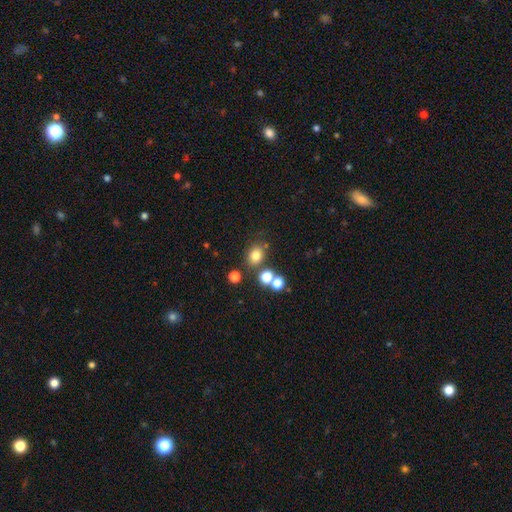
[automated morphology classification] Smooth or featured? smooth (76%)
How rounded? round (59%)
Merging? none (71%)